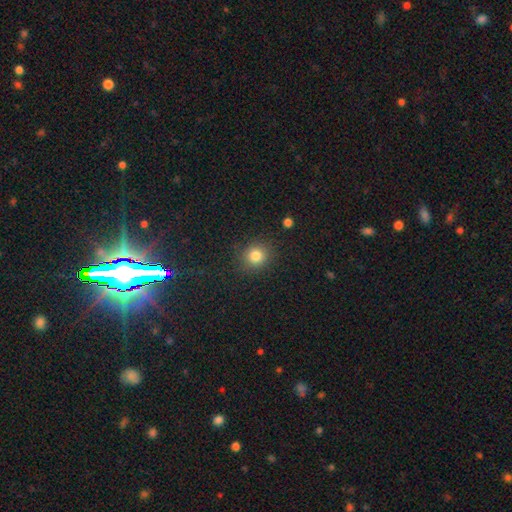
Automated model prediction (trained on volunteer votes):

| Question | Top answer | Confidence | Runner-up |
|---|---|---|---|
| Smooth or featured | smooth | 82% | star or artifact (12%) |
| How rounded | round | 86% | in between (13%) |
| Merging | none | 87% | minor disturbance (8%) |